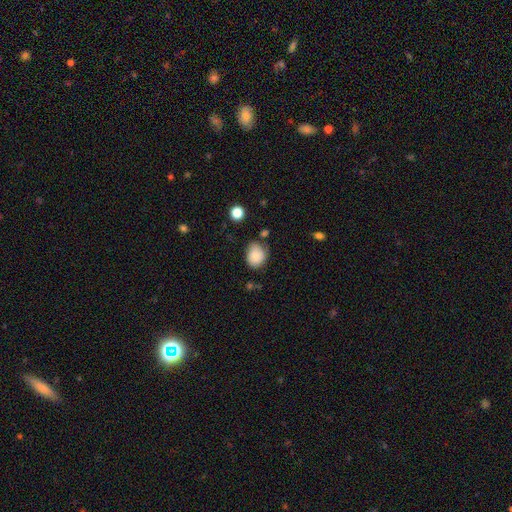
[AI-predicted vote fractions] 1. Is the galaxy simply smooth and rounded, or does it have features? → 82% smooth, 9% featured or disk, 9% star or artifact.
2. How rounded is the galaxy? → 56% round, 43% in between, 1% cigar-shaped.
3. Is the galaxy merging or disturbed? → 57% none, 30% minor disturbance, 8% major disturbance, 5% merger.